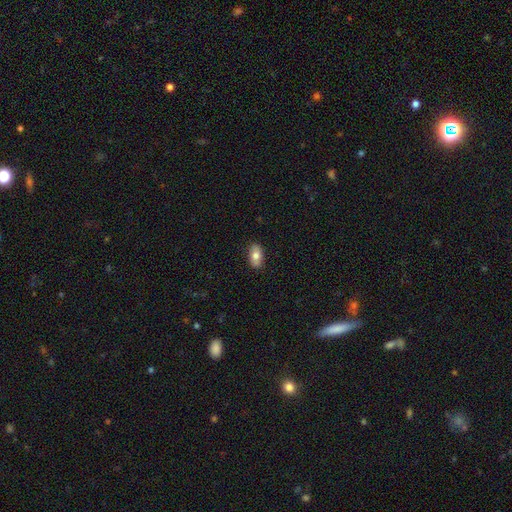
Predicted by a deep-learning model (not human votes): A smooth galaxy with no disk features (75%) that is in between round and cigar-shaped (92%). Merging: none (86%).